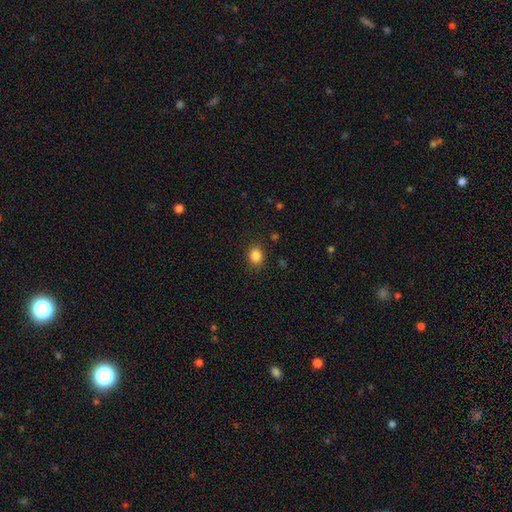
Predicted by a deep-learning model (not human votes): Smooth or featured: smooth — 85% (star or artifact — 11%)
How rounded: round — 62% (in between — 37%)
Merging: none — 87% (minor disturbance — 9%)